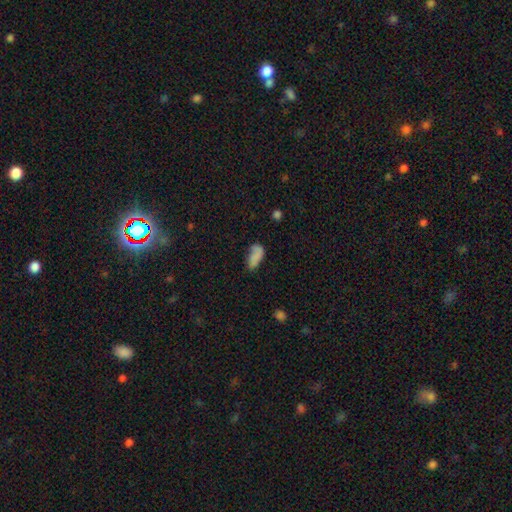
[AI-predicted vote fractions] Overall: smooth (72%). How rounded: in between (89%). Merging: none (43%; minor disturbance 32%).